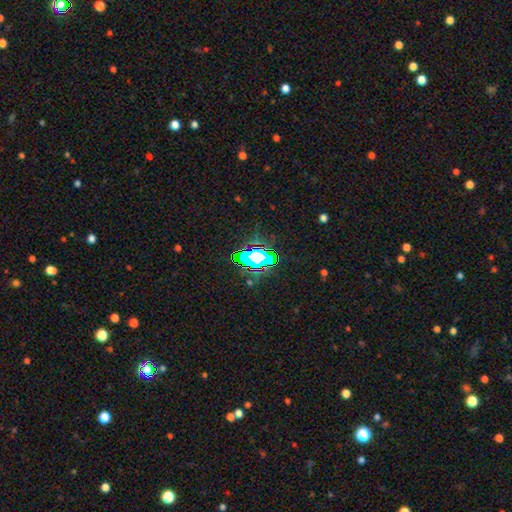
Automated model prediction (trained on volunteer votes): The model was most divided on "smooth or featured": star or artifact: 62%, smooth: 24%, featured or disk: 14%.